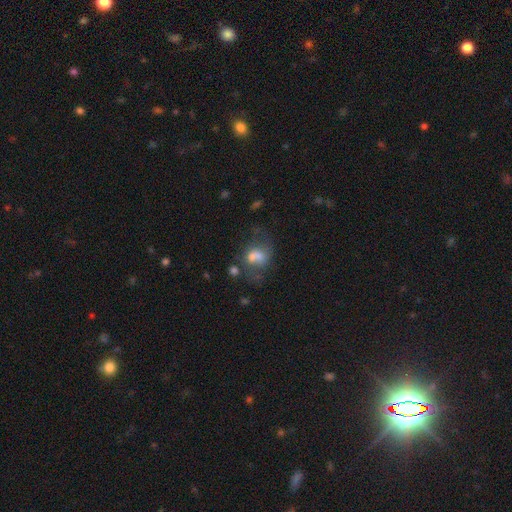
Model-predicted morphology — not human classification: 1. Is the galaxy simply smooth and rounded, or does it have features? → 53% smooth, 35% featured or disk, 13% star or artifact.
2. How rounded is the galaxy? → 57% in between, 42% round, 1% cigar-shaped.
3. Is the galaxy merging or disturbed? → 29% none, 28% merger, 24% major disturbance, 18% minor disturbance.